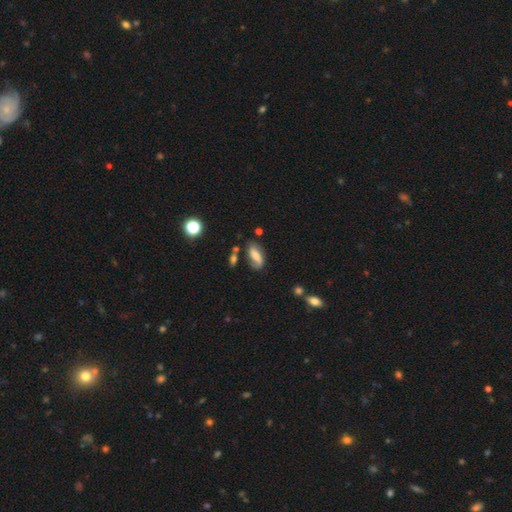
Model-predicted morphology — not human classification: This is possibly a smooth galaxy (56%). How rounded: clearly in between (84%). Merging: possibly none (55%).